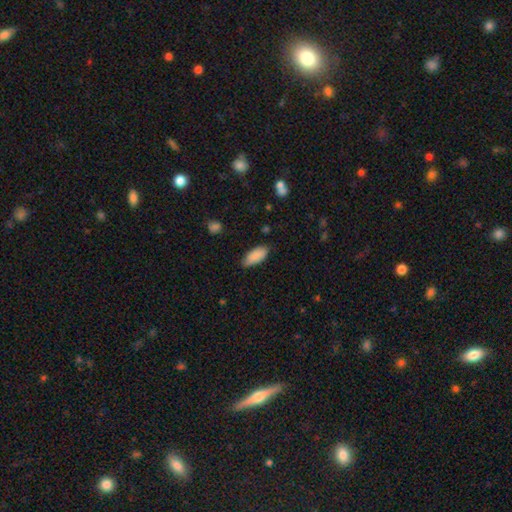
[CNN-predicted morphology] Smooth or featured? Predicted: smooth (p=0.88). How rounded? Predicted: in between (p=0.88). Merging? Predicted: none (p=0.72).